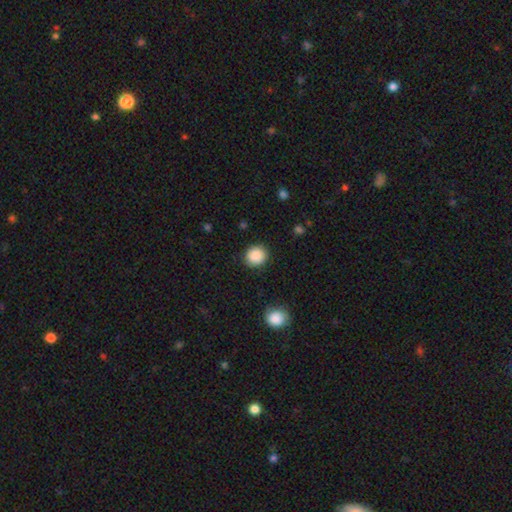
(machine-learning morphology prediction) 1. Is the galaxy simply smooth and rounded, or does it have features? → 88% smooth, 9% star or artifact, 3% featured or disk.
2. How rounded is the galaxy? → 88% round, 11% in between, 1% cigar-shaped.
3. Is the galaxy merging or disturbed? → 90% none, 7% minor disturbance, 2% major disturbance, 1% merger.